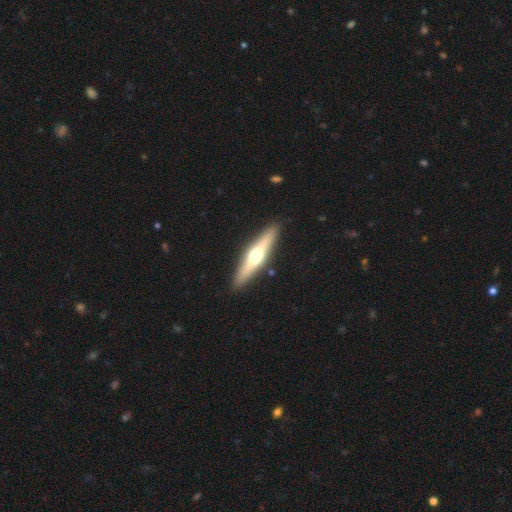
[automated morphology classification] Smooth or featured?
  - featured or disk: 60% *
  - smooth: 35%
  - star or artifact: 5%
Edge-on disk?
  - yes: 95% *
  - no: 5%
Edge-on bulge?
  - rounded: 94% *
  - boxy: 3%
  - none: 3%
Merging?
  - none: 91% *
  - minor disturbance: 6%
  - major disturbance: 2%
  - merger: 1%